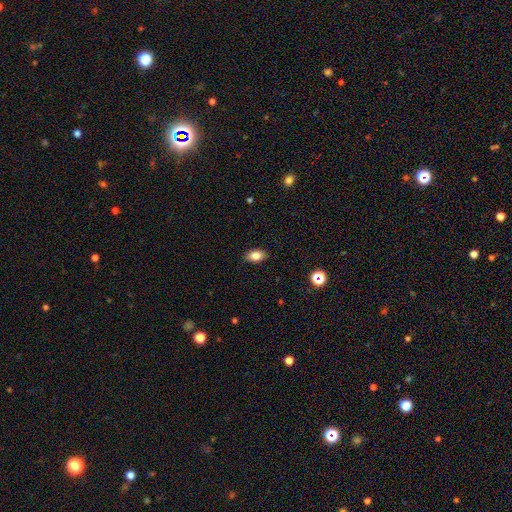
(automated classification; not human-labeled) The model was most divided on "smooth or featured": smooth: 83%, star or artifact: 9%, featured or disk: 8%. More confident: how rounded — in between (90%); merging — none (89%).